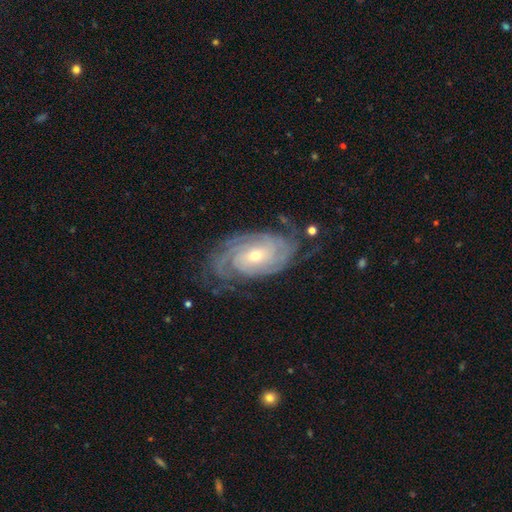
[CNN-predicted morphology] Smooth or featured: featured or disk — 89% (smooth — 6%)
Edge-on disk: no — 96% (yes — 4%)
Bar: no — 62% (weak — 29%)
Spiral arms: yes — 98% (no — 2%)
Spiral winding: tight — 77% (medium — 19%)
Spiral arm count: can't tell — 24% (3 — 22%)
Bulge size: small — 55% (moderate — 42%)
Merging: none — 72% (minor disturbance — 19%)